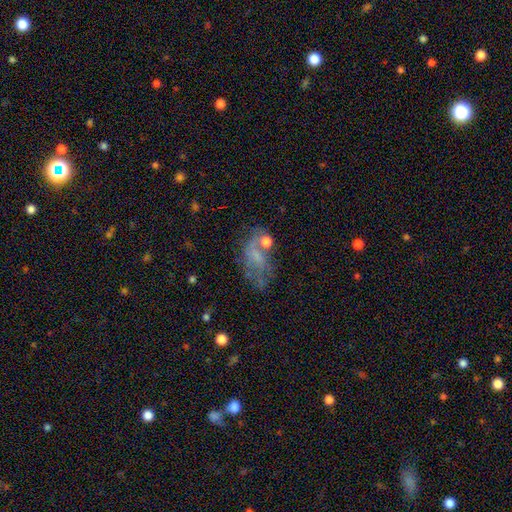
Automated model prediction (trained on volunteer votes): The model was most divided on "smooth or featured": featured or disk: 46%, smooth: 38%, star or artifact: 16%. Remaining: merging — none (37%).